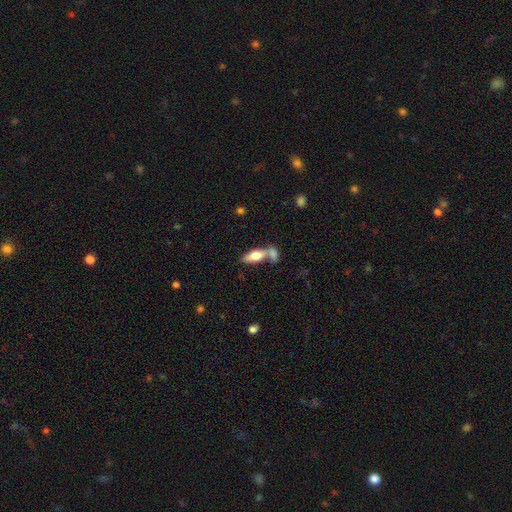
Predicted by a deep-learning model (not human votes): The model was most divided on "merging": none: 47%, merger: 37%, minor disturbance: 11%, major disturbance: 5%. More confident: how rounded — in between (65%); smooth or featured — smooth (59%).